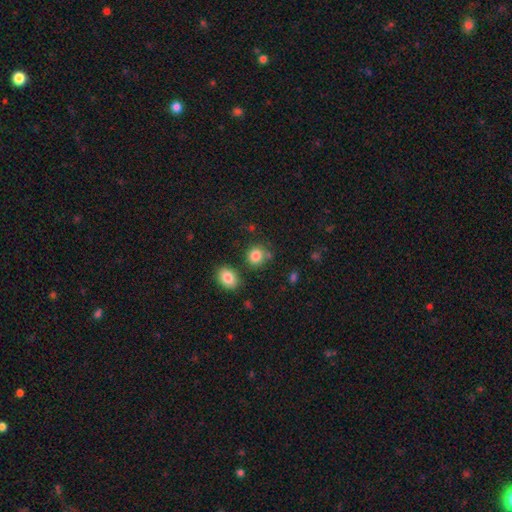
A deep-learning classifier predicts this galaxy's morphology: This appears to be a smooth galaxy with no disk features (84%) that is round (78%). Merging: none (72%).